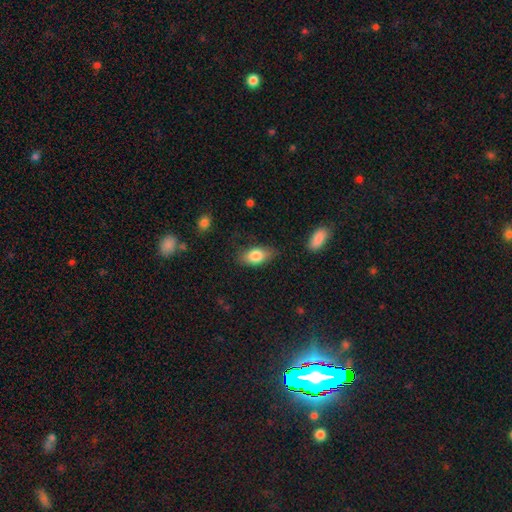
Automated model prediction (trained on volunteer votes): A smooth galaxy with no disk features (81%) that is in between round and cigar-shaped (89%). Merging: none (75%).